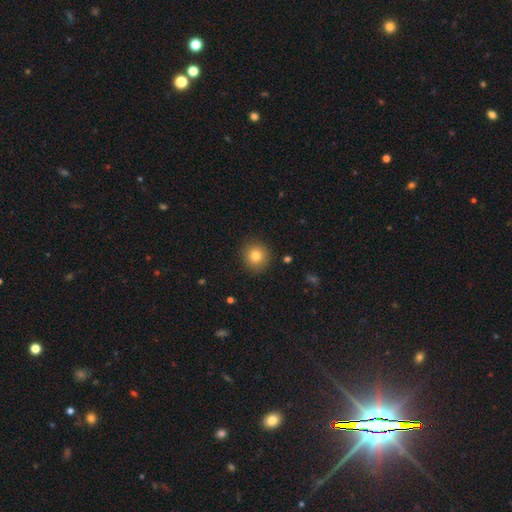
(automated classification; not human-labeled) Morphology: type=smooth (80%); roundness=round (92%); merging=none (90%).